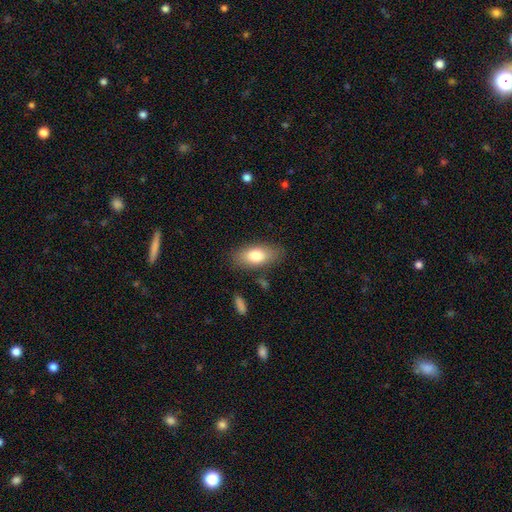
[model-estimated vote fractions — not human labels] The model was most divided on "smooth or featured": smooth: 77%, featured or disk: 16%, star or artifact: 7%. More confident: how rounded — in between (87%); merging — none (81%).